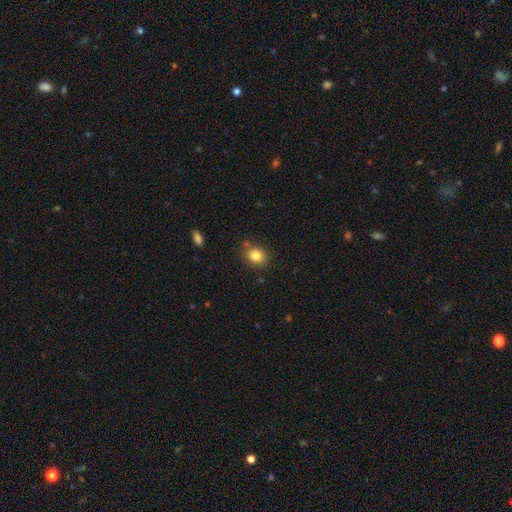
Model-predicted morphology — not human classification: Overall: smooth (83%). How rounded: round (64%; in between 35%). Merging: none (80%).